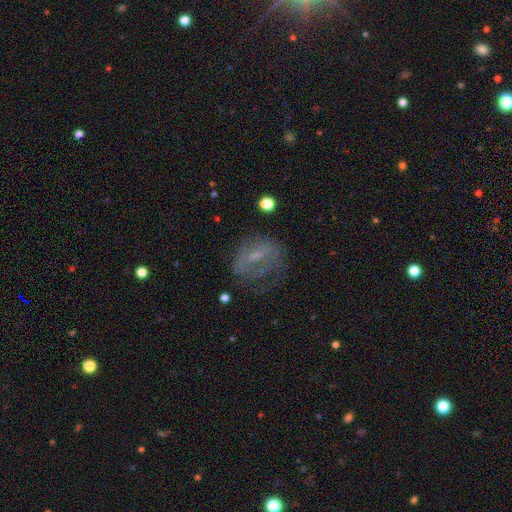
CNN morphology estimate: type=featured or disk (47%); merging=none (47%).